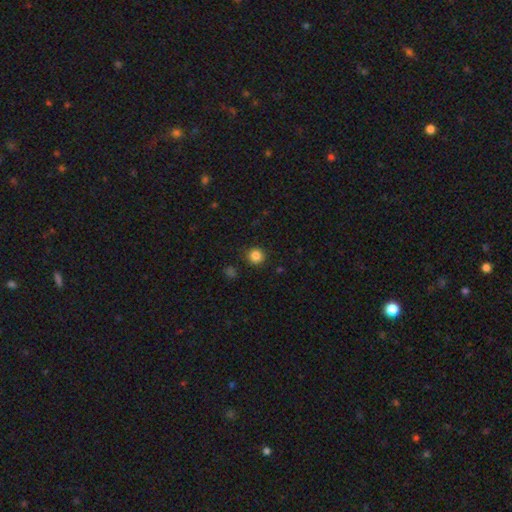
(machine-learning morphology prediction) smooth 84%, star or artifact 12%, featured or disk 4%. Down the decision tree: how rounded — round (93%); merging — none (90%).